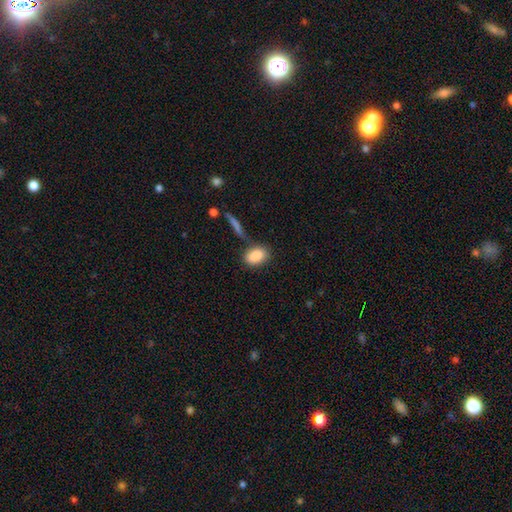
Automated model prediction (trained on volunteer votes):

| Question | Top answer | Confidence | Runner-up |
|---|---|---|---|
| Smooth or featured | smooth | 87% | star or artifact (7%) |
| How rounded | in between | 87% | round (10%) |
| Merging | none | 70% | minor disturbance (14%) |